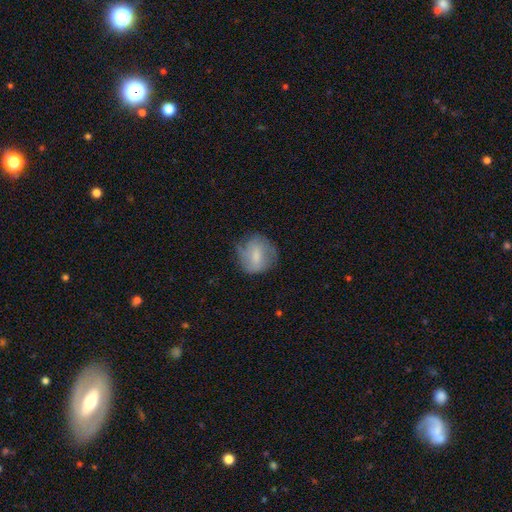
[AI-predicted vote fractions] Morphology: type=smooth (54%); roundness=round (77%); merging=none (64%).